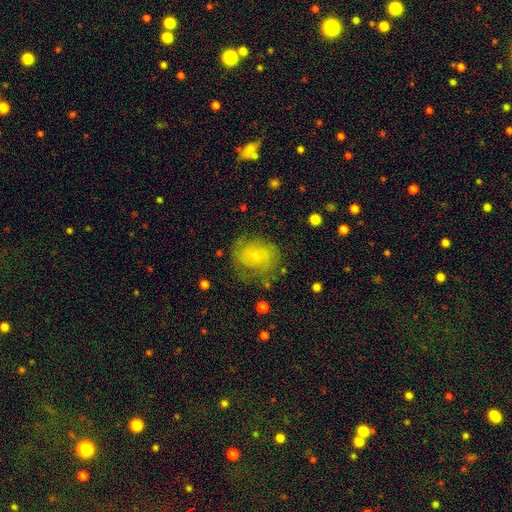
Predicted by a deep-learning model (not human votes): Smooth or featured? Predicted: smooth (p=0.49). Merging? Predicted: none (p=0.65).